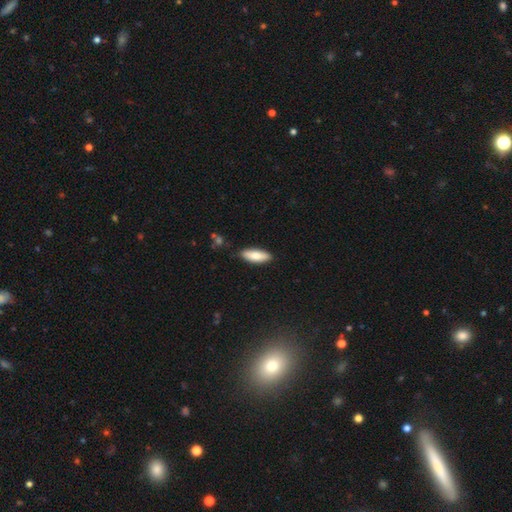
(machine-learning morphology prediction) smooth 79%, featured or disk 15%, star or artifact 6%. Down the decision tree: how rounded — in between (62%); merging — none (86%).